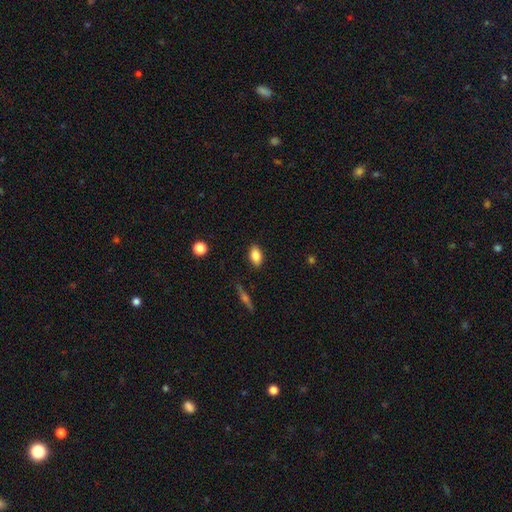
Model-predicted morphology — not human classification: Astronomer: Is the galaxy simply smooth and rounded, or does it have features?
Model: smooth — 83%.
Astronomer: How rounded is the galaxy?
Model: in between — 88%.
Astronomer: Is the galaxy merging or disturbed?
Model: none — 87%.